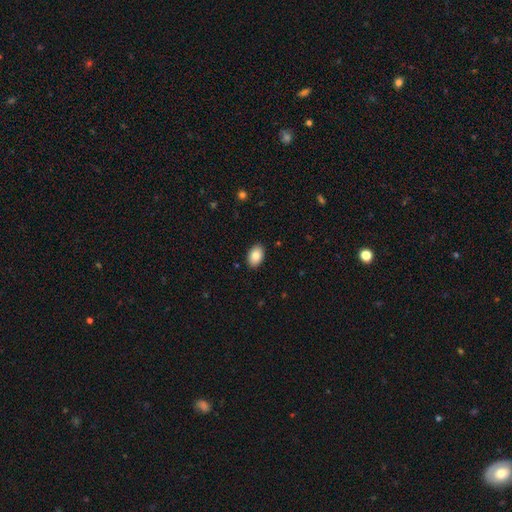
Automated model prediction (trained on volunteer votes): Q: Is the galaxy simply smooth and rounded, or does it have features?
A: smooth — 86%.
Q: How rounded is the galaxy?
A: in between — 89%.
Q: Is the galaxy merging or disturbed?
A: none — 89%.